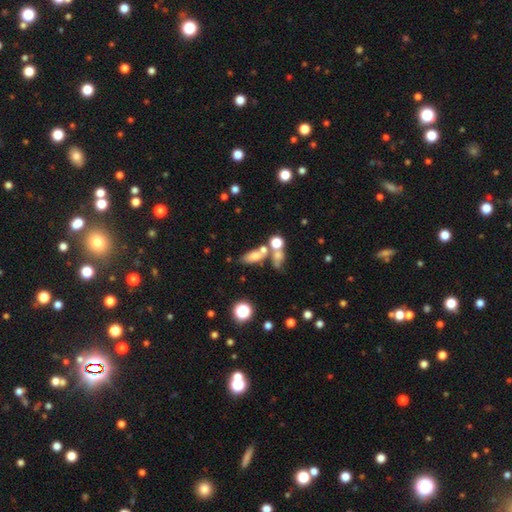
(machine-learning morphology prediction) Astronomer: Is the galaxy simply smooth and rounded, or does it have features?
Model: smooth — 63%.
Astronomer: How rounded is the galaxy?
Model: in between — 71%.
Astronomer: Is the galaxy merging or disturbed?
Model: none — 45% (runner-up: merger, 32%).